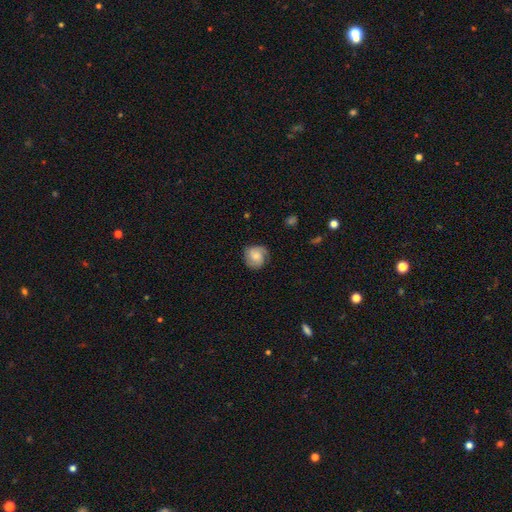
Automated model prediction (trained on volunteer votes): A featured or disk galaxy (48%).

Vote fractions:
- Smooth or featured? featured or disk: 48% / smooth: 45% / star or artifact: 8%
- Merging? none: 74% / minor disturbance: 19% / major disturbance: 6% / merger: 1%